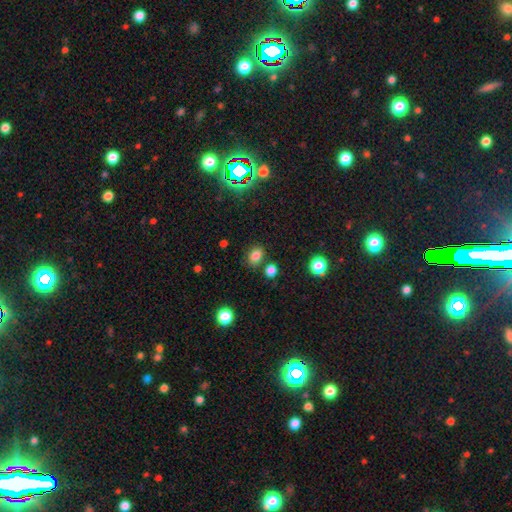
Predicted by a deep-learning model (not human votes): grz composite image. It shows a smooth galaxy with no disk features (80%) that is in between round and cigar-shaped (66%). Merging: none (78%).